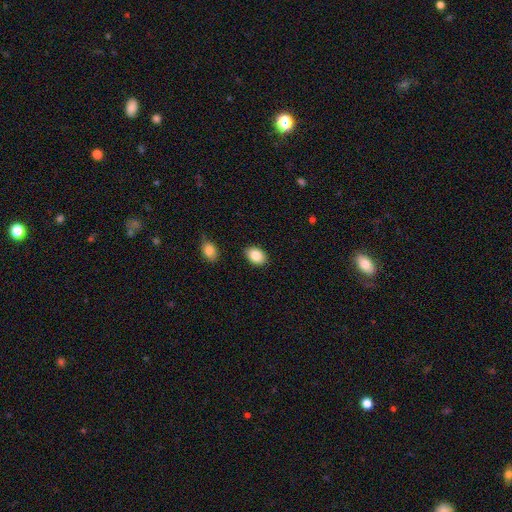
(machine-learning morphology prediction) A smooth galaxy with no disk features (86%) that is in between round and cigar-shaped (81%).

Vote fractions:
- Smooth or featured? smooth: 86% / star or artifact: 8% / featured or disk: 6%
- How rounded? in between: 81% / round: 18% / cigar-shaped: 1%
- Merging? none: 87% / minor disturbance: 9% / merger: 2% / major disturbance: 2%